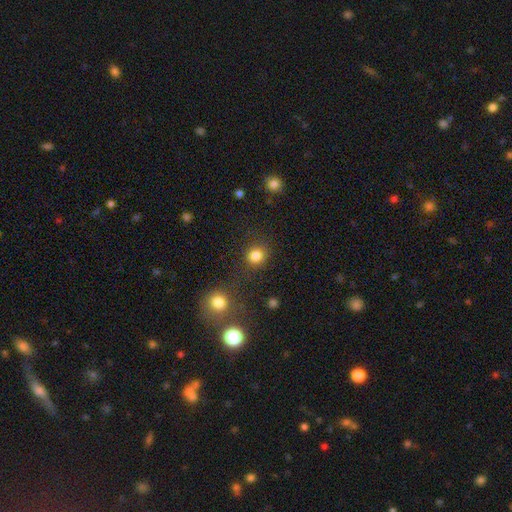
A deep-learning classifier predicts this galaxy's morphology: Q: Smooth or featured?
A: smooth (83%); runner-up: star or artifact (12%)
Q: How rounded?
A: round (85%); runner-up: in between (14%)
Q: Merging?
A: none (80%); runner-up: minor disturbance (9%)